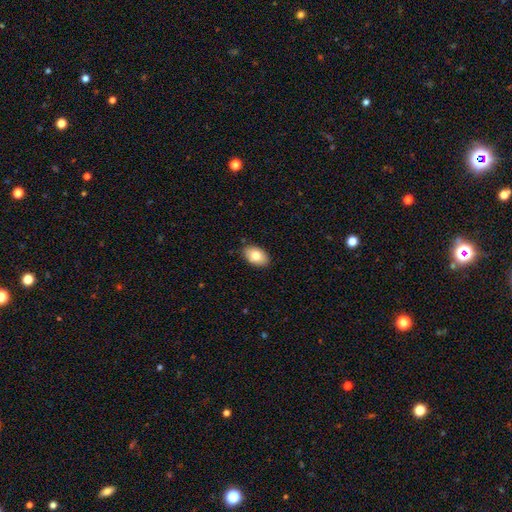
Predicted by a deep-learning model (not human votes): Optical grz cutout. It shows a smooth galaxy with no disk features (81%) that is in between round and cigar-shaped (91%). Merging: none (87%).